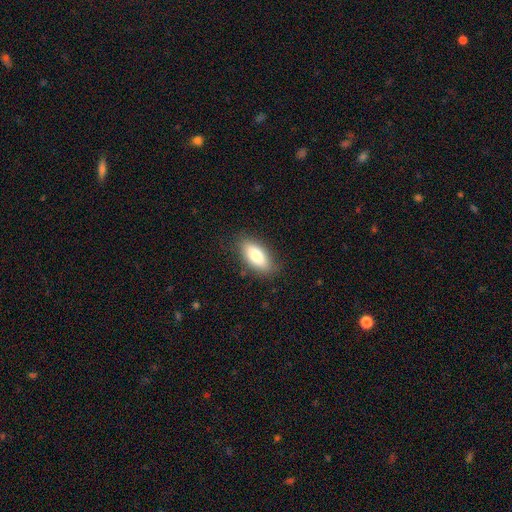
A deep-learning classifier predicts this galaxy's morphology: Q: Smooth or featured?
A: smooth (79%); runner-up: featured or disk (14%)
Q: How rounded?
A: in between (84%); runner-up: cigar-shaped (13%)
Q: Merging?
A: none (84%); runner-up: minor disturbance (12%)